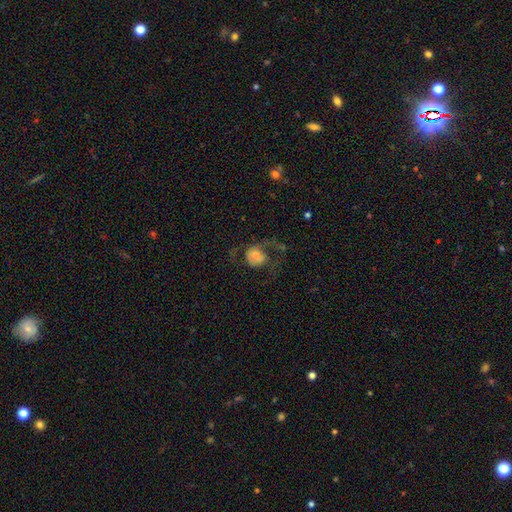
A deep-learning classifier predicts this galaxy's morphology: This is possibly a smooth galaxy (46%). Merging: possibly major disturbance (47%).